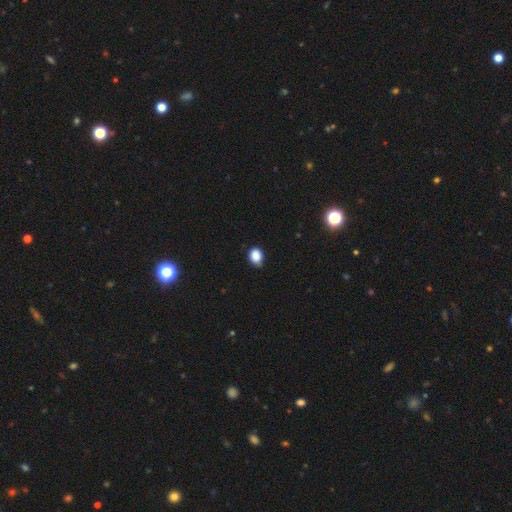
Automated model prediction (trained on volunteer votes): smooth_or_featured: smooth (p=0.88) [alt: star or artifact p=0.09]
how_rounded: in between (p=0.63) [alt: round p=0.36]
merging: none (p=0.78) [alt: minor disturbance p=0.18]